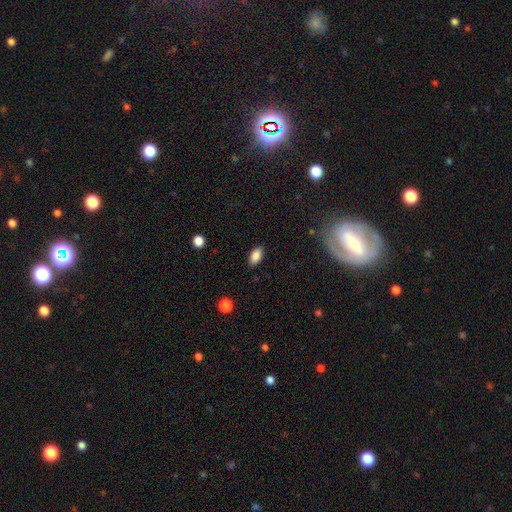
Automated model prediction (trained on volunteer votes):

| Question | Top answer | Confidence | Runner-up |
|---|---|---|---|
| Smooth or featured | smooth | 85% | star or artifact (8%) |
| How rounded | in between | 91% | cigar-shaped (5%) |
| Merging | none | 87% | minor disturbance (10%) |